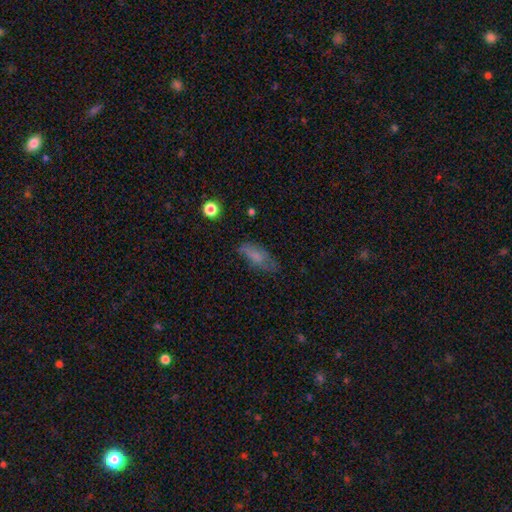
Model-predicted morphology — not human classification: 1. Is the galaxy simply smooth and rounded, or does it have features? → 68% smooth, 22% featured or disk, 10% star or artifact.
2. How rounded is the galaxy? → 80% in between, 17% cigar-shaped, 3% round.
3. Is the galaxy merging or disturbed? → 59% none, 28% minor disturbance, 11% major disturbance, 2% merger.